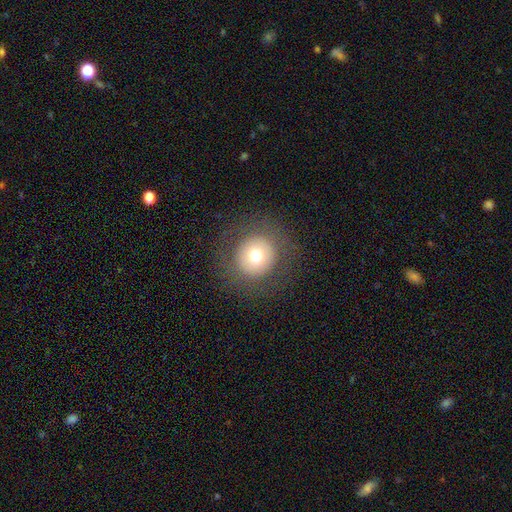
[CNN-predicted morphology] This appears to be a smooth galaxy with no disk features (68%) that is round (93%). Merging: none (85%).